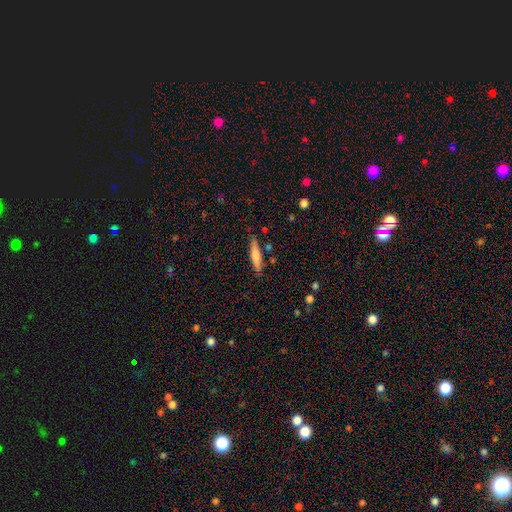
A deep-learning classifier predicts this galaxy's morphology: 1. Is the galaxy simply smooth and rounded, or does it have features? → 66% smooth, 28% featured or disk, 6% star or artifact.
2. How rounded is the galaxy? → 85% cigar-shaped, 13% in between, 2% round.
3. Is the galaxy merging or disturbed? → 81% none, 13% minor disturbance, 3% merger, 3% major disturbance.